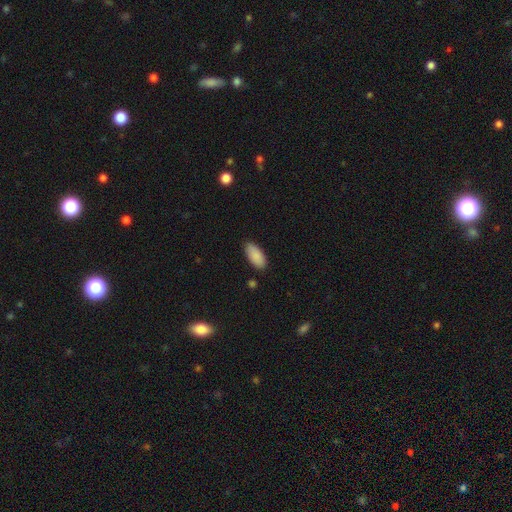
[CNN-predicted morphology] This is clearly a smooth galaxy (90%). How rounded: clearly in between (90%). Merging: clearly none (86%).